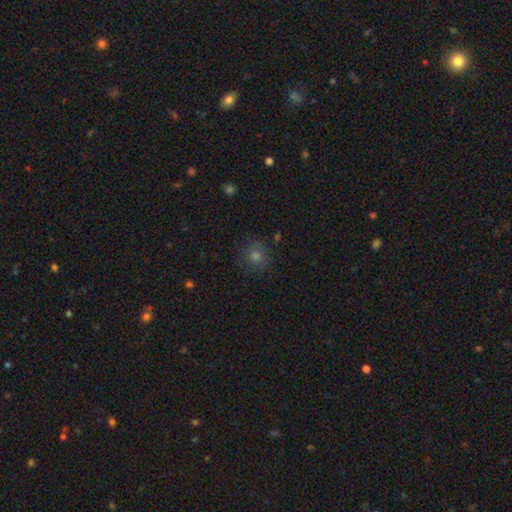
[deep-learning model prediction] Smooth or featured? smooth (66%)
How rounded? round (93%)
Merging? none (87%)